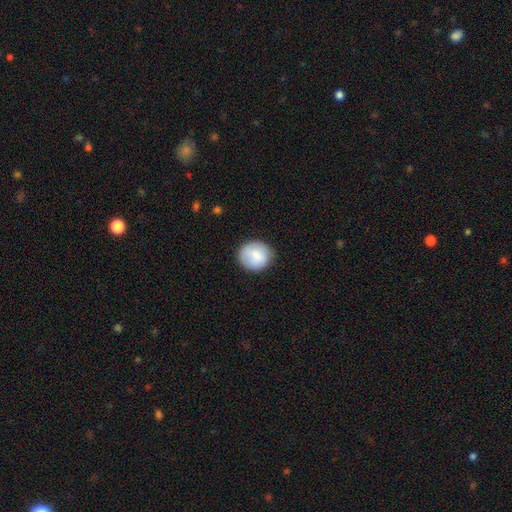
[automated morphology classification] Smooth or featured? Predicted: smooth (p=0.81). How rounded? Predicted: round (p=0.81). Merging? Predicted: none (p=0.81).